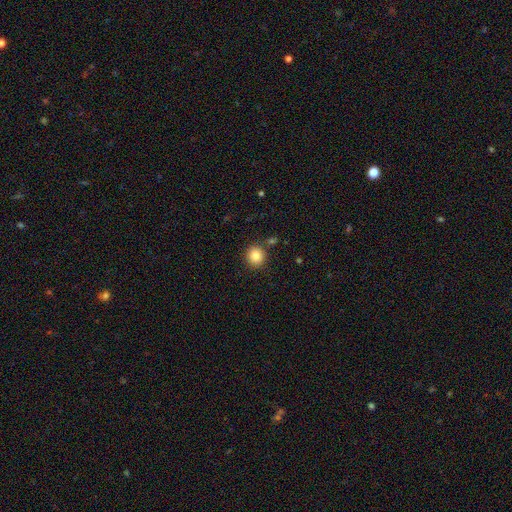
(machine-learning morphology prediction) Smooth or featured?
  - smooth: 85% *
  - star or artifact: 10%
  - featured or disk: 5%
How rounded?
  - round: 87% *
  - in between: 12%
  - cigar-shaped: 1%
Merging?
  - none: 85% *
  - minor disturbance: 8%
  - merger: 5%
  - major disturbance: 3%